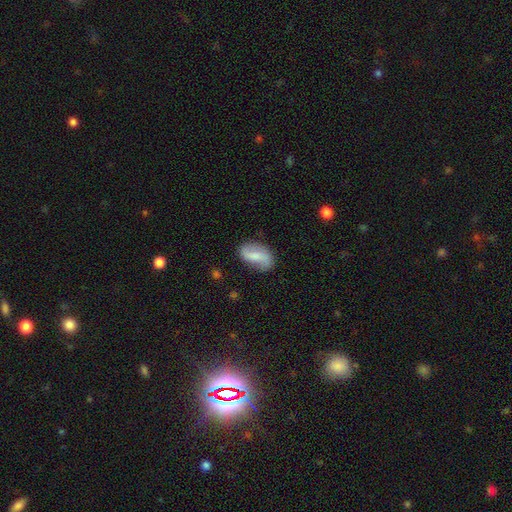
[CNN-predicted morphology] The model was most divided on "bulge size": small: 39%, moderate: 31%, none: 23%, large: 6%, dominant: 2%. Remaining: edge-on disk — no (96%); spiral arms — yes (87%); merging — none (74%); smooth or featured — featured or disk (54%); bar — weak (47%).